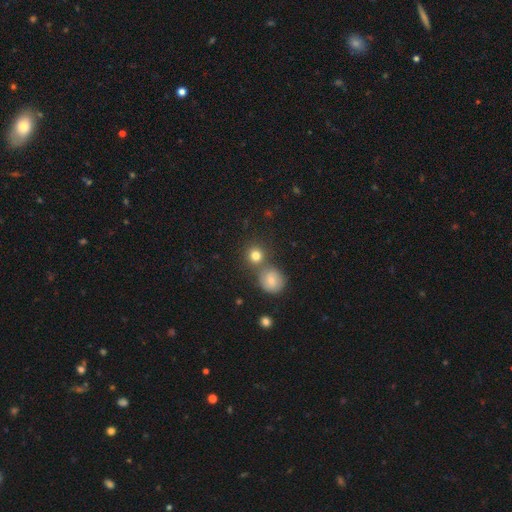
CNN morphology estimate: Overall: smooth (79%). How rounded: round (89%). Merging: none (64%; merger 25%).